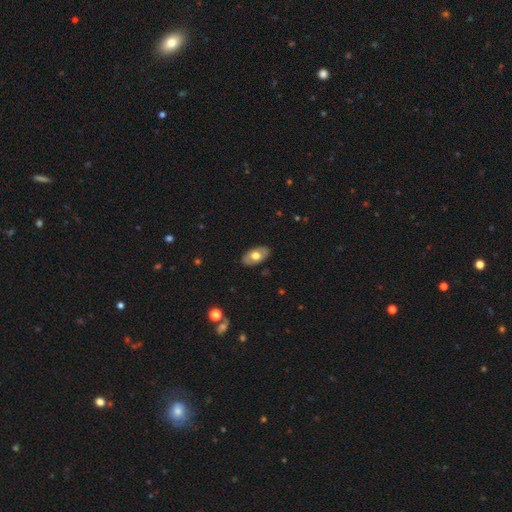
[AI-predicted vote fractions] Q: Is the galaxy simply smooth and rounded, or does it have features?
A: smooth — 60%.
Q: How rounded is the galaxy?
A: in between — 93%.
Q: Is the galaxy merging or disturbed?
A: none — 86%.